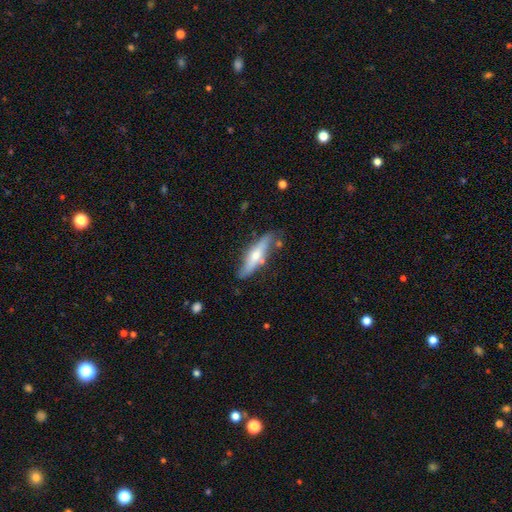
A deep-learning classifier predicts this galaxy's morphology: A featured or disk galaxy (50%). Merging: none (74%).